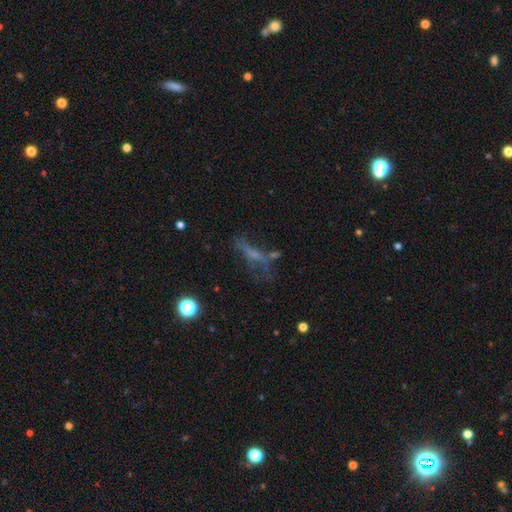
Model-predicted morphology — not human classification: featured or disk 43%, smooth 34%, star or artifact 23%. Down the decision tree: merging — none (45%).